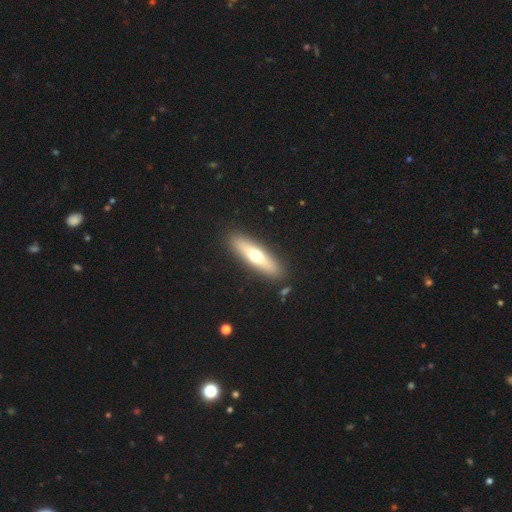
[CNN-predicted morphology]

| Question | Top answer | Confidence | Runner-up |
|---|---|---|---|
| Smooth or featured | smooth | 55% | featured or disk (39%) |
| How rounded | cigar-shaped | 68% | in between (30%) |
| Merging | none | 89% | minor disturbance (7%) |